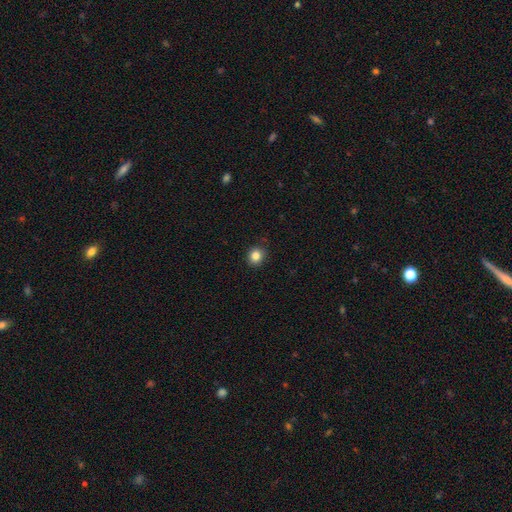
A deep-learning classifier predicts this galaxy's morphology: This appears to be a smooth galaxy with no disk features (84%) that is round (79%). Merging: none (89%).